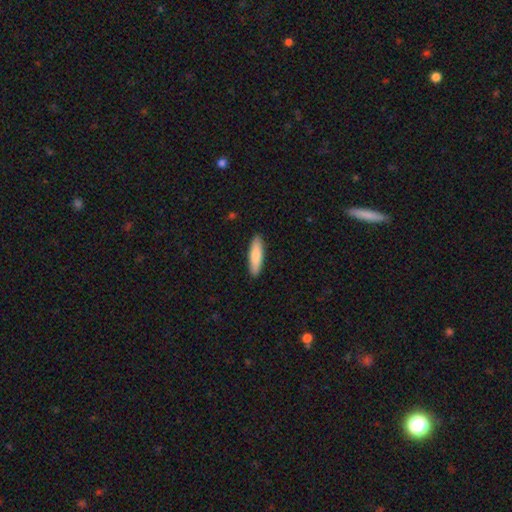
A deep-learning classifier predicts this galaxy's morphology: This is clearly a smooth galaxy (83%). How rounded: likely cigar-shaped (63%). Merging: clearly none (90%).